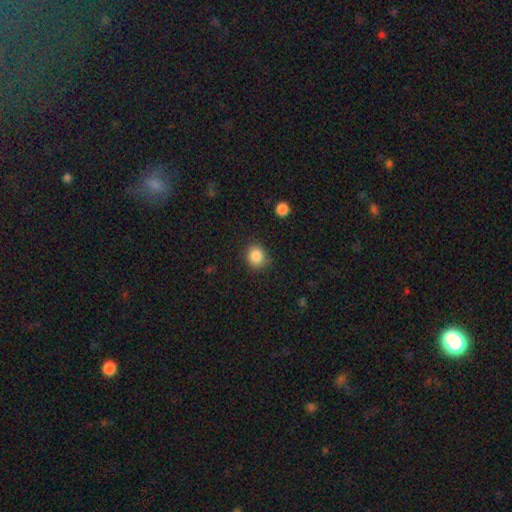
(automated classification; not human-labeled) The model was most divided on "how rounded": round: 76%, in between: 23%, cigar-shaped: 1%. More confident: smooth or featured — smooth (86%); merging — none (82%).